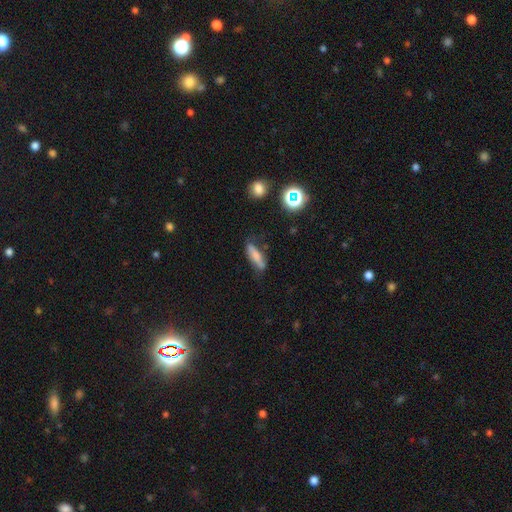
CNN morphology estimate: Smooth or featured: smooth — 68% (featured or disk — 21%)
How rounded: cigar-shaped — 56% (in between — 41%)
Merging: none — 63% (minor disturbance — 26%)